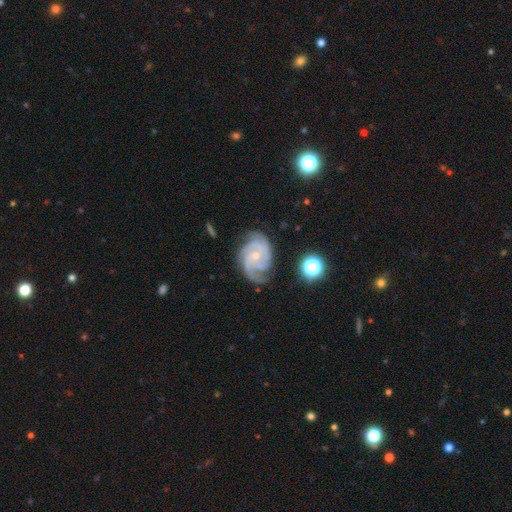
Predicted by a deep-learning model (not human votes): Q: Smooth or featured?
A: featured or disk (91%); runner-up: star or artifact (5%)
Q: Edge-on disk?
A: no (98%); runner-up: yes (2%)
Q: Bar?
A: no (67%); runner-up: weak (27%)
Q: Spiral arms?
A: yes (98%); runner-up: no (2%)
Q: Spiral winding?
A: tight (62%); runner-up: medium (34%)
Q: Spiral arm count?
A: 3 (52%); runner-up: 2 (15%)
Q: Bulge size?
A: small (67%); runner-up: moderate (30%)
Q: Merging?
A: none (71%); runner-up: minor disturbance (21%)